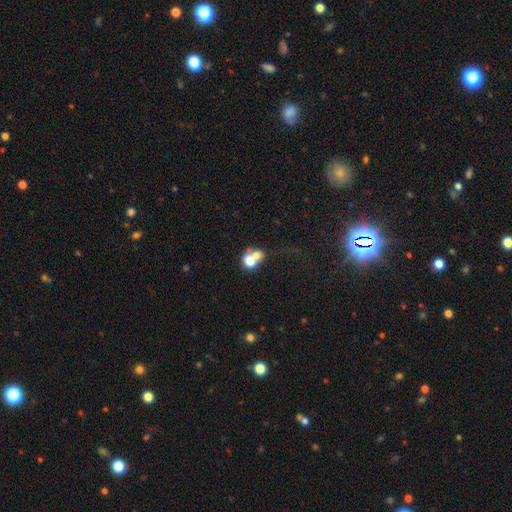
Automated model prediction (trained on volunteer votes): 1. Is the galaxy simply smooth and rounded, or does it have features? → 67% smooth, 22% featured or disk, 11% star or artifact.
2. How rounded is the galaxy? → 62% round, 37% in between, 1% cigar-shaped.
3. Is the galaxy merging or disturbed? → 66% merger, 22% none, 7% minor disturbance, 6% major disturbance.